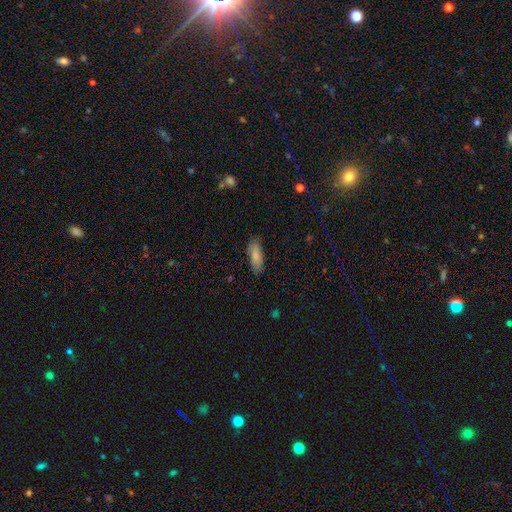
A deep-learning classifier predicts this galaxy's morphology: A smooth galaxy with no disk features (85%) that is in between round and cigar-shaped (72%).

Vote fractions:
- Smooth or featured? smooth: 85% / featured or disk: 8% / star or artifact: 6%
- How rounded? in between: 72% / cigar-shaped: 27% / round: 2%
- Merging? none: 81% / minor disturbance: 15% / major disturbance: 3% / merger: 1%